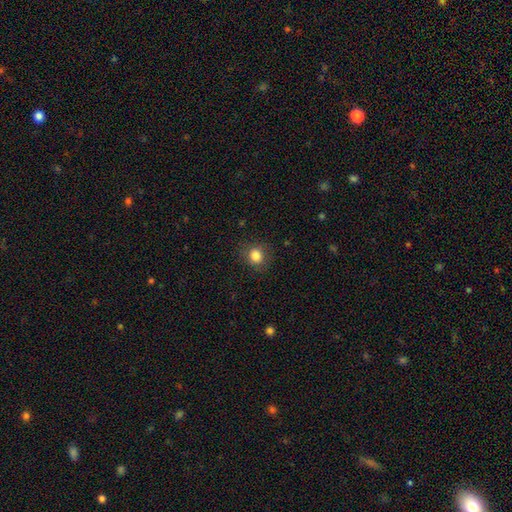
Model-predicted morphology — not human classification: Smooth or featured: smooth — 84% (star or artifact — 10%)
How rounded: round — 77% (in between — 22%)
Merging: none — 84% (minor disturbance — 11%)